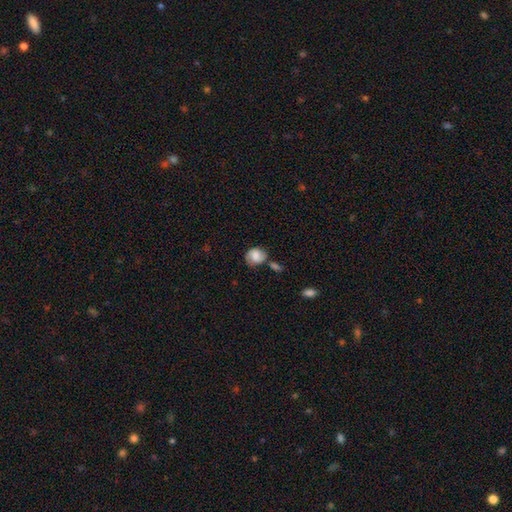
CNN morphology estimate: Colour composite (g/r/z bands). It shows a smooth galaxy with no disk features (59%) that is round (70%). Merging: none (55%).